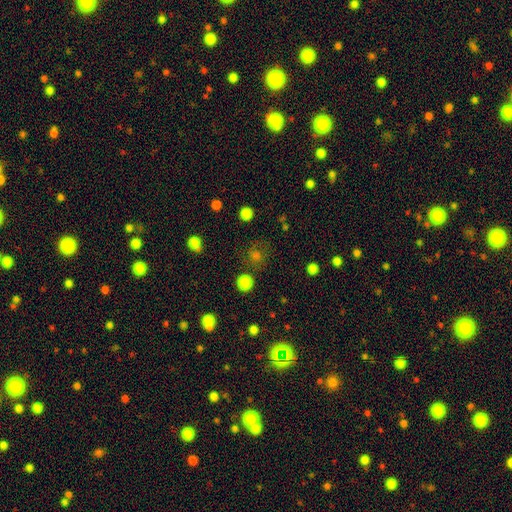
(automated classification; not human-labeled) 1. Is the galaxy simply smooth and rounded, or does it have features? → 58% smooth, 33% star or artifact, 9% featured or disk.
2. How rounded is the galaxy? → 86% round, 12% in between, 1% cigar-shaped.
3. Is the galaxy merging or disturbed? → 78% none, 12% minor disturbance, 7% major disturbance, 3% merger.